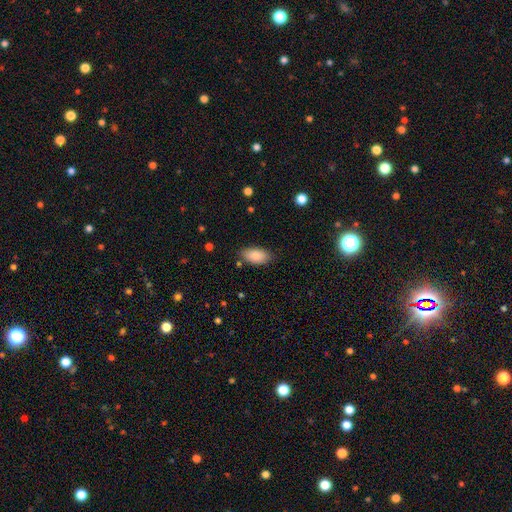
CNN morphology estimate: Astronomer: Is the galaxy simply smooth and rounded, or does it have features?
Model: smooth — 87%.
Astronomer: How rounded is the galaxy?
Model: in between — 94%.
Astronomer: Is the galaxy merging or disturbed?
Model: none — 82%.